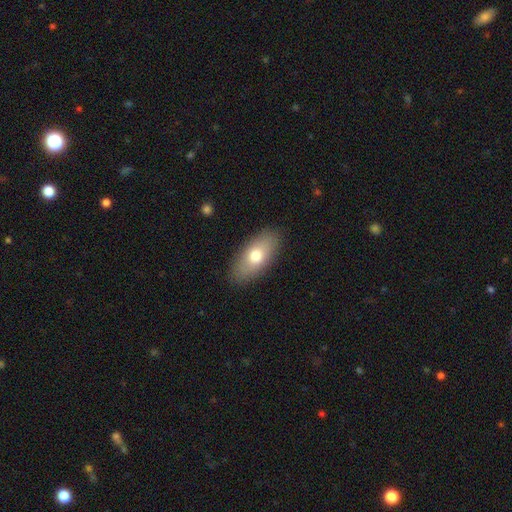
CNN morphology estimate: Q: Smooth or featured?
A: smooth (71%); runner-up: featured or disk (22%)
Q: How rounded?
A: in between (87%); runner-up: cigar-shaped (9%)
Q: Merging?
A: none (87%); runner-up: minor disturbance (9%)